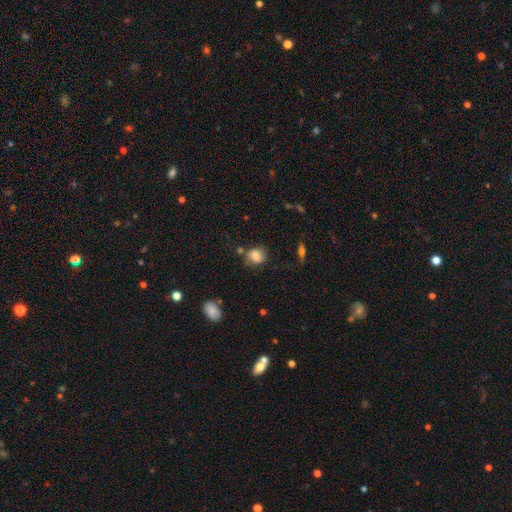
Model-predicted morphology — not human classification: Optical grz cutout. It shows a smooth galaxy with no disk features (74%) that is round (65%). Merging: none (61%).